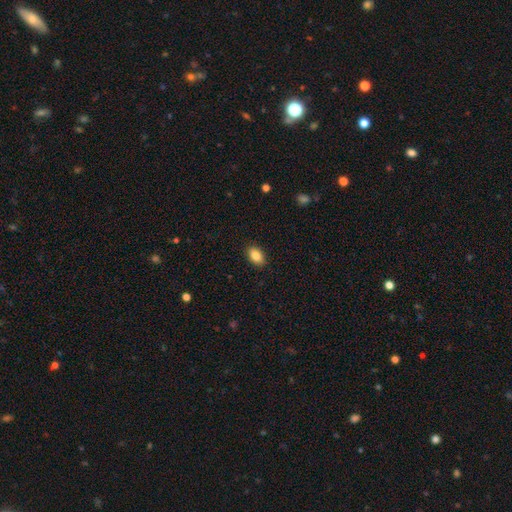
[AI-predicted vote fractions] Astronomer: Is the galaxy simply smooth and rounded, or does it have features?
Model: smooth — 85%.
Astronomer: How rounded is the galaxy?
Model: in between — 89%.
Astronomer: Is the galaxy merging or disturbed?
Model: none — 90%.